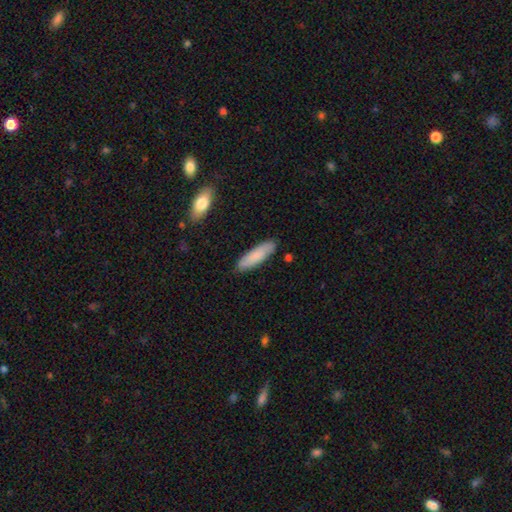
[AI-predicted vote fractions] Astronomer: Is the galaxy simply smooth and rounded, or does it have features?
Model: smooth — 82%.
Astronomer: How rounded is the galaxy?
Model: cigar-shaped — 62%.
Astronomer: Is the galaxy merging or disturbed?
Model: none — 86%.